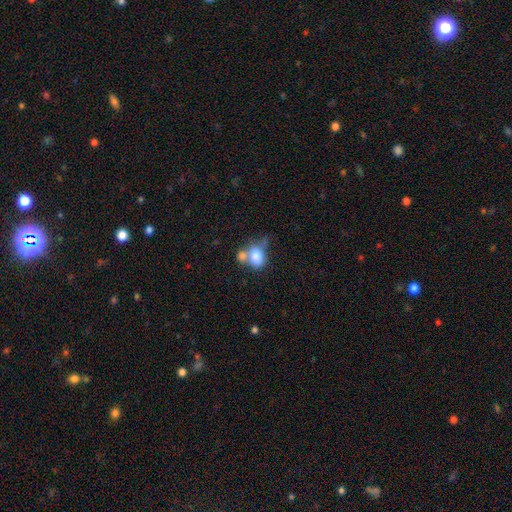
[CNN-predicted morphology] smooth_or_featured: smooth (p=0.77) [alt: featured or disk p=0.15]
how_rounded: in between (p=0.68) [alt: round p=0.30]
merging: merger (p=0.52) [alt: none p=0.24]